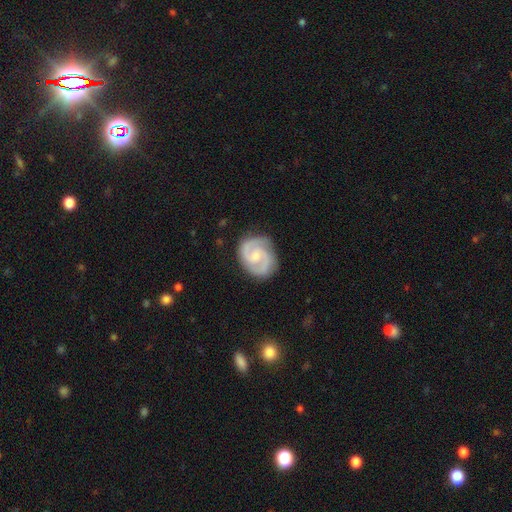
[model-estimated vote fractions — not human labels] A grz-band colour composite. It shows a featured or disk galaxy (89%) with no bar (47%), 2 (92%) medium (51%) spiral arms (98%) and a small central bulge (53%). Merging: none (82%).